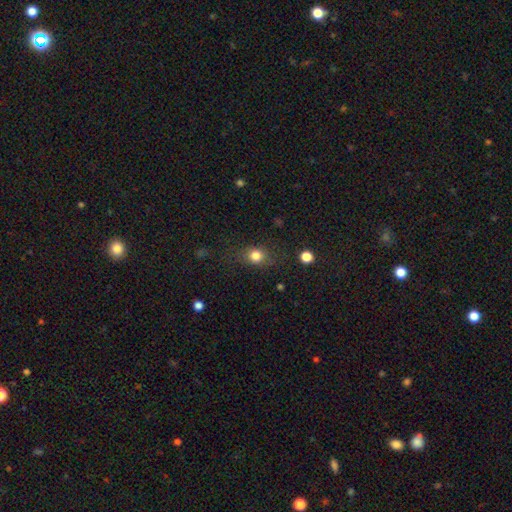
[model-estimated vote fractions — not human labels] A smooth galaxy with no disk features (81%) that is round (65%). Merging: none (76%).